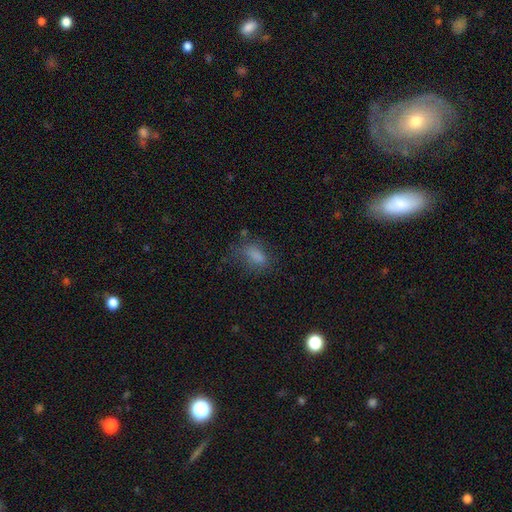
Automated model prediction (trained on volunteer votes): The model was most divided on "merging": none: 49%, minor disturbance: 25%, major disturbance: 23%, merger: 4%. More confident: how rounded — in between (82%); smooth or featured — smooth (73%).